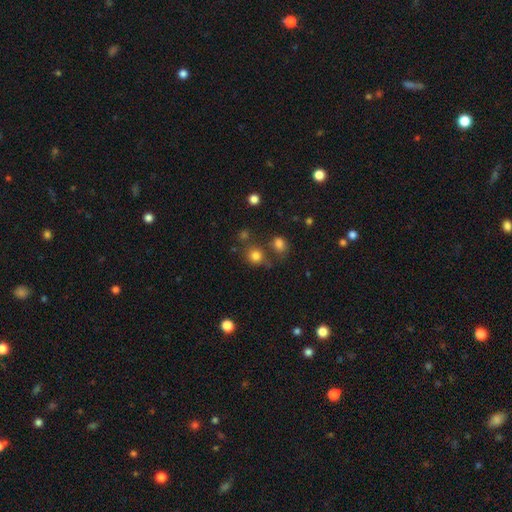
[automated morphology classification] This appears to be a smooth galaxy with no disk features (79%) that is round (84%). Merging: none (67%).